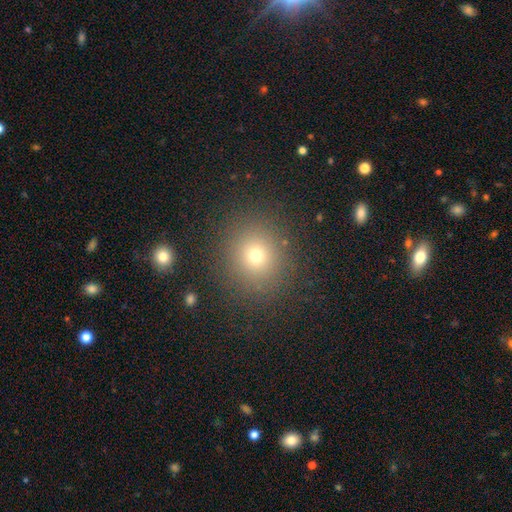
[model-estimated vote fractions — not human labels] Overall: smooth (71%). How rounded: round (87%). Merging: none (88%).